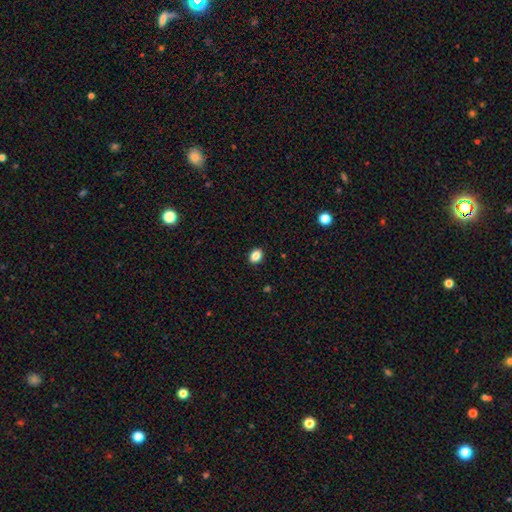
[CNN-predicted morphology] type=smooth (86%); roundness=in between (60%); merging=none (91%).